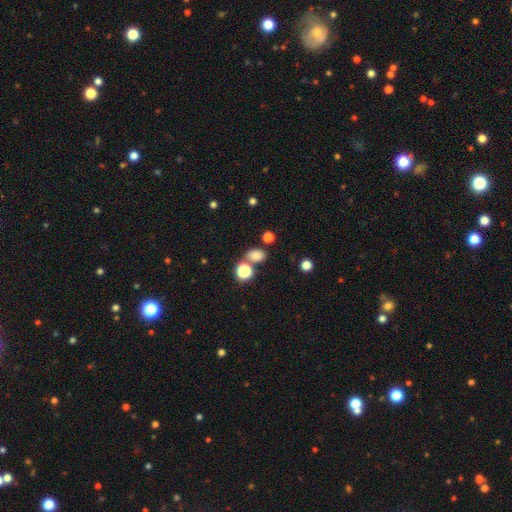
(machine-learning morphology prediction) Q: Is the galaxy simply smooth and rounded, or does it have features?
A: smooth — 77%.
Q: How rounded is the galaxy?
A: in between — 63%.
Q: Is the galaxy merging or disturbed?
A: none — 68%.